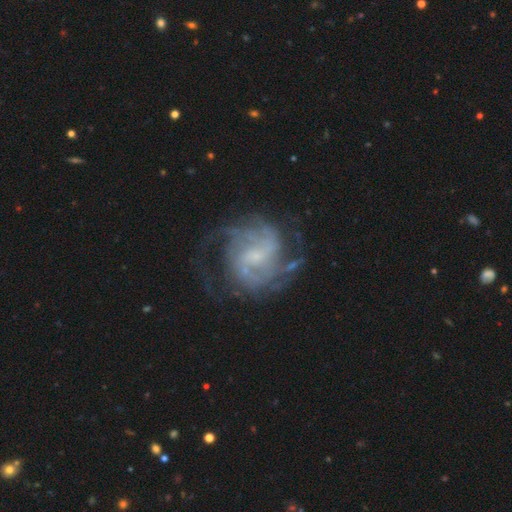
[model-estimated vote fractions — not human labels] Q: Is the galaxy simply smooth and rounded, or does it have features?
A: featured or disk — 87%.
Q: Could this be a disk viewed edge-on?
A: no — 98%.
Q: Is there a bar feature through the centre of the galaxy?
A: weak — 50%.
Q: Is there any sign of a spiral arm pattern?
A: yes — 96%.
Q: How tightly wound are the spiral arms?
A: medium — 47%.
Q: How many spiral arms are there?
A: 2 — 40%.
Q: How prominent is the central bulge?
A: small — 57%.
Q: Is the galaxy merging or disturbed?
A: none — 70%.